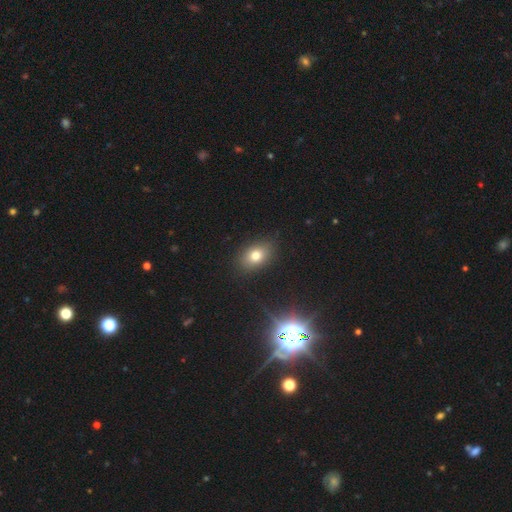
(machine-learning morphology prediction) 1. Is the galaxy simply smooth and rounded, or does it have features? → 76% smooth, 14% star or artifact, 11% featured or disk.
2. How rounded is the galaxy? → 80% in between, 18% round, 2% cigar-shaped.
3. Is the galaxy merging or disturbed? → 86% none, 10% minor disturbance, 3% major disturbance, 1% merger.